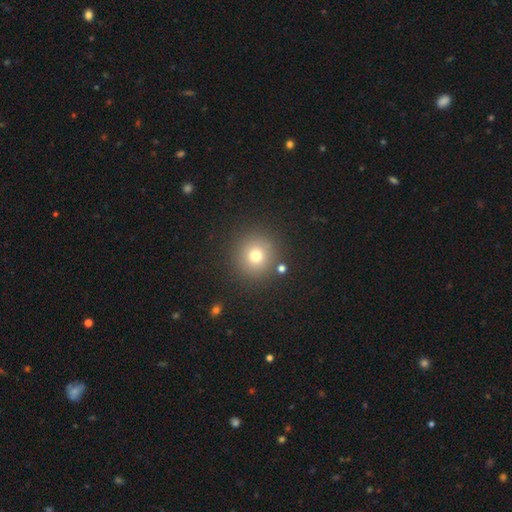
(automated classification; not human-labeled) Smooth or featured? smooth (74%)
How rounded? round (94%)
Merging? none (87%)